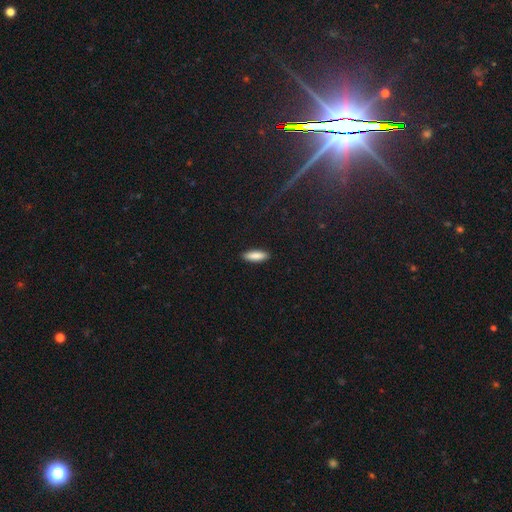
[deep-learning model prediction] Smooth or featured? Predicted: smooth (p=0.86). How rounded? Predicted: cigar-shaped (p=0.53). Merging? Predicted: none (p=0.90).